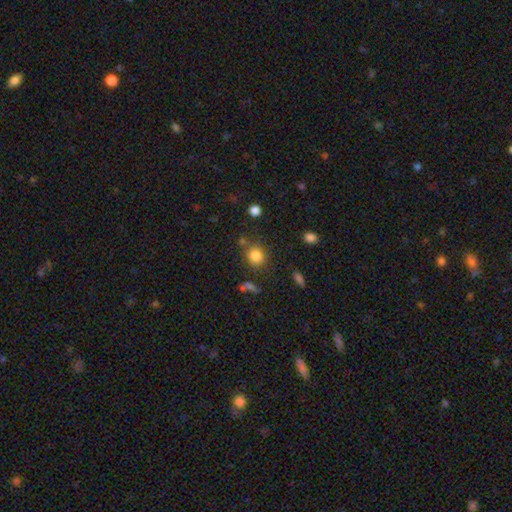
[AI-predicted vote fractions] Smooth or featured?
  - smooth: 82% *
  - star or artifact: 12%
  - featured or disk: 6%
How rounded?
  - round: 81% *
  - in between: 18%
  - cigar-shaped: 1%
Merging?
  - none: 76% *
  - minor disturbance: 11%
  - merger: 8%
  - major disturbance: 5%